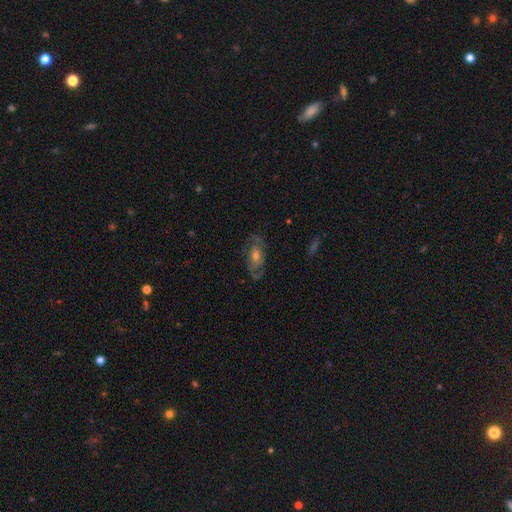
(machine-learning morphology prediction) smooth-or-featured: featured or disk: 72% | smooth: 19% | star or artifact: 9%
  disk-edge-on: no: 91% | yes: 9%
    bar: no: 65% | weak: 28% | strong: 7%
    has-spiral-arms: yes: 82% | no: 18%
      spiral-winding: medium: 44% | tight: 39% | loose: 17%
      spiral-arm-count: 2: 62% | can't tell: 25% | 3: 5% | 1: 4% | 4: 2% | more than 4: 2%
    bulge-size: moderate: 57% | small: 32% | large: 8% | none: 2% | dominant: 1%
  merging: none: 74% | minor disturbance: 16% | major disturbance: 8% | merger: 1%